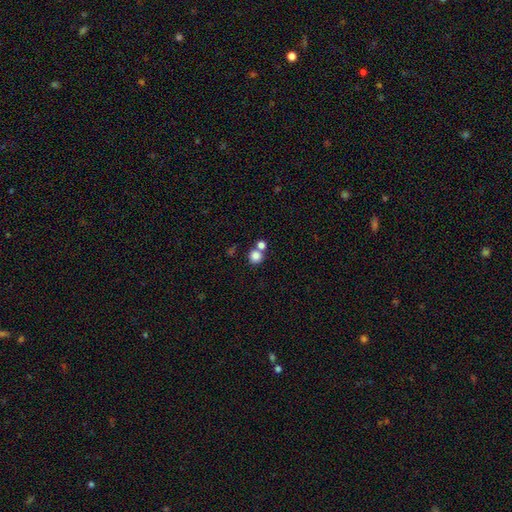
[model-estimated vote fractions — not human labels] This is clearly a smooth galaxy (82%). How rounded: clearly round (89%). Merging: possibly none (56%).